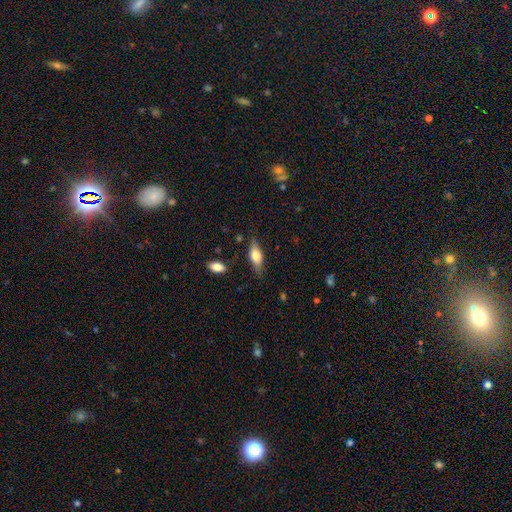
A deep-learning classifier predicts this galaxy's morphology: Overall: smooth (63%; featured or disk 30%). How rounded: in between (72%). Merging: none (74%).